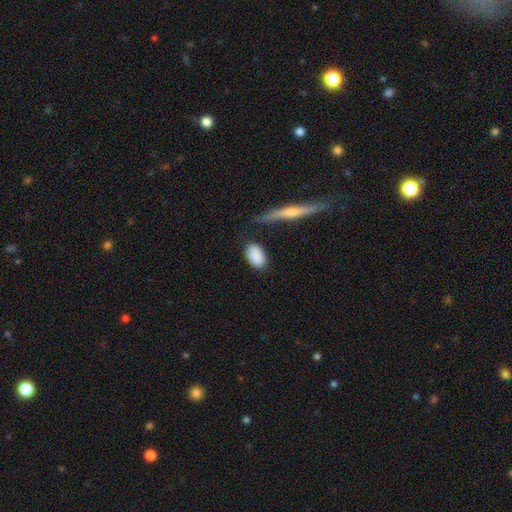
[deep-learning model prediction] Smooth or featured: smooth — 88% (star or artifact — 6%)
How rounded: in between — 91% (round — 7%)
Merging: none — 75% (minor disturbance — 16%)